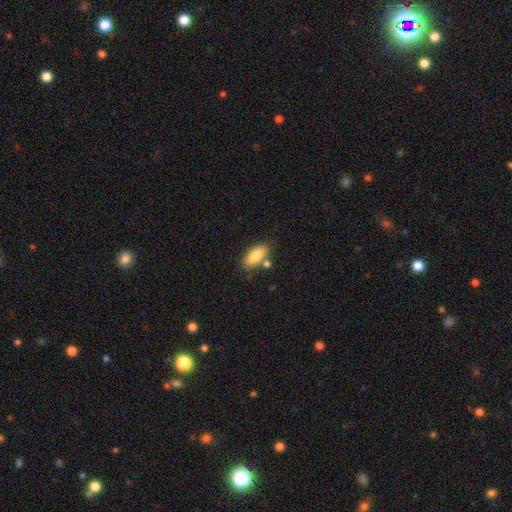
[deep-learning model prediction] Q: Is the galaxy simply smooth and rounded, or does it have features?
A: smooth — 81%.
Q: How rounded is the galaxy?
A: in between — 88%.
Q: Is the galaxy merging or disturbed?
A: none — 68%.